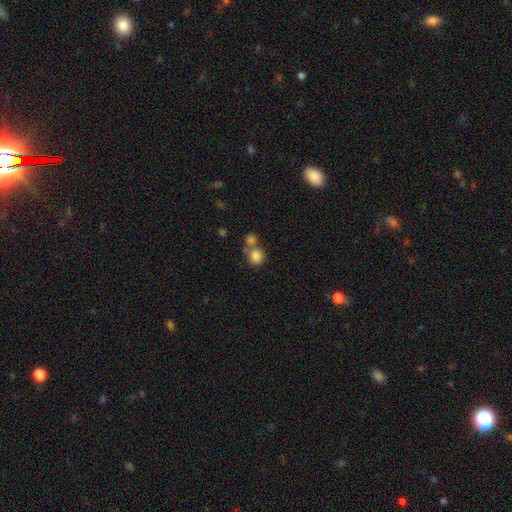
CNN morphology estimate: Q: Smooth or featured?
A: smooth (82%); runner-up: star or artifact (10%)
Q: How rounded?
A: round (81%); runner-up: in between (18%)
Q: Merging?
A: none (44%); runner-up: merger (43%)